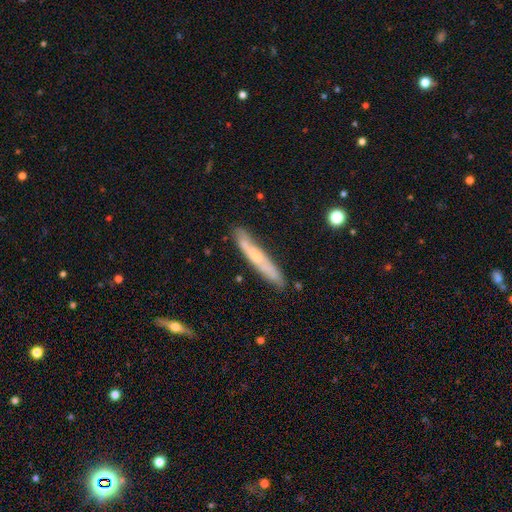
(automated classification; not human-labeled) A featured or disk galaxy (52%) viewed edge-on (77%).

Vote fractions:
- Smooth or featured? featured or disk: 52% / smooth: 41% / star or artifact: 6%
- Edge-on disk? yes: 77% / no: 23%
- Merging? none: 79% / minor disturbance: 16% / major disturbance: 3% / merger: 3%